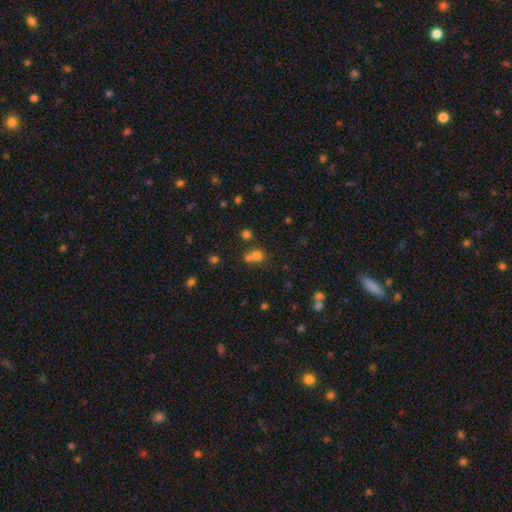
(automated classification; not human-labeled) smooth-or-featured: smooth: 71% | star or artifact: 19% | featured or disk: 11%
  how-rounded: round: 77% | in between: 22% | cigar-shaped: 1%
  merging: merger: 45% | none: 43% | minor disturbance: 8% | major disturbance: 4%